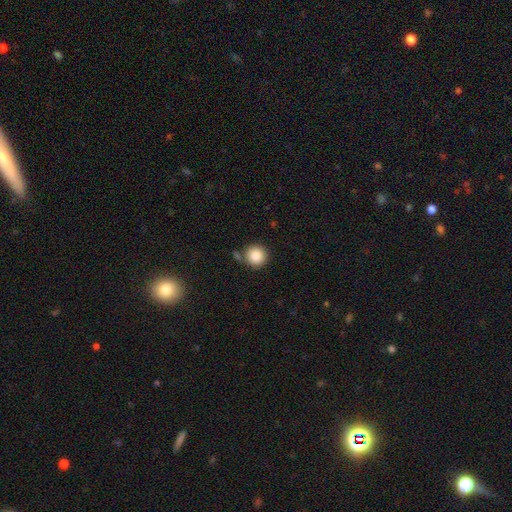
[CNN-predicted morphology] Smooth or featured: smooth — 86% (star or artifact — 9%)
How rounded: round — 95% (in between — 4%)
Merging: none — 78% (minor disturbance — 10%)